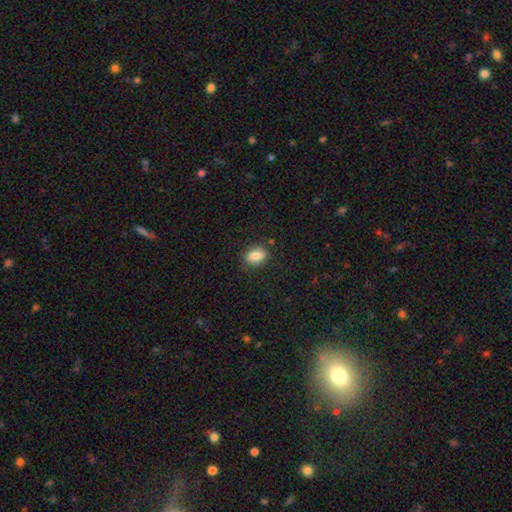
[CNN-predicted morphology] Smooth or featured: smooth — 84% (star or artifact — 8%)
How rounded: in between — 76% (round — 22%)
Merging: none — 83% (minor disturbance — 12%)